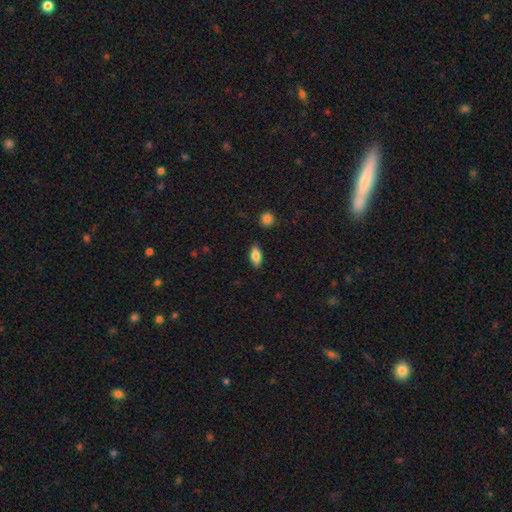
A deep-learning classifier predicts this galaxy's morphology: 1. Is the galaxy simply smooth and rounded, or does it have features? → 78% smooth, 14% featured or disk, 7% star or artifact.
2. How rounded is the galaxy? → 85% in between, 11% cigar-shaped, 3% round.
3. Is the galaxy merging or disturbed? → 87% none, 10% minor disturbance, 2% major disturbance, 2% merger.